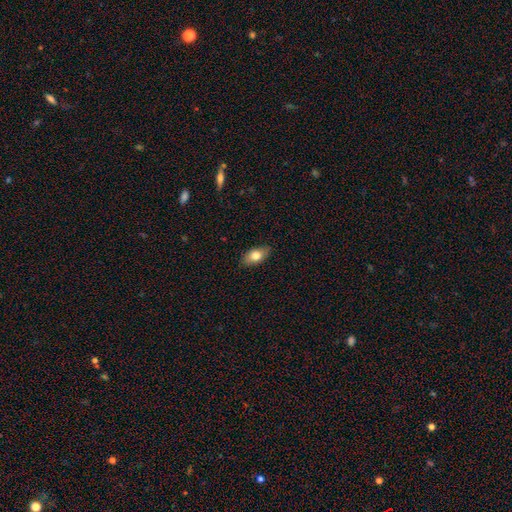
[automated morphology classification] smooth_or_featured: smooth (p=0.77) [alt: featured or disk p=0.16]
how_rounded: in between (p=0.89) [alt: round p=0.06]
merging: none (p=0.86) [alt: minor disturbance p=0.11]